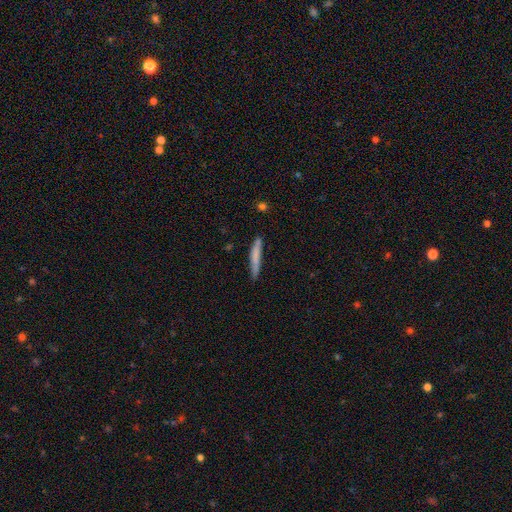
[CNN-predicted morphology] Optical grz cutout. It shows a smooth galaxy with no disk features (71%) that is cigar-shaped (94%). Merging: none (76%).